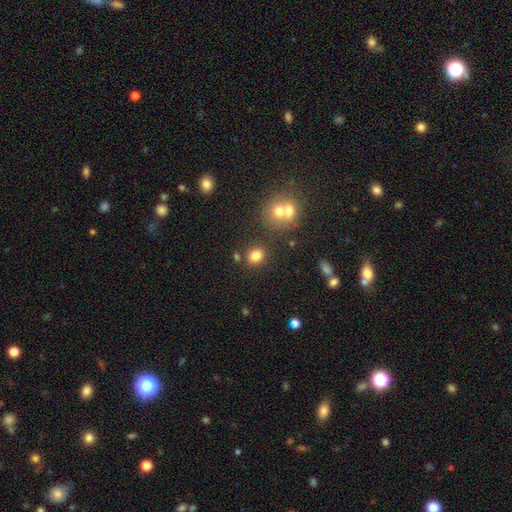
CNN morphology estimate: Smooth or featured?
  - smooth: 81% *
  - star or artifact: 13%
  - featured or disk: 6%
How rounded?
  - round: 66% *
  - in between: 33%
  - cigar-shaped: 1%
Merging?
  - none: 79% *
  - merger: 9%
  - minor disturbance: 9%
  - major disturbance: 3%